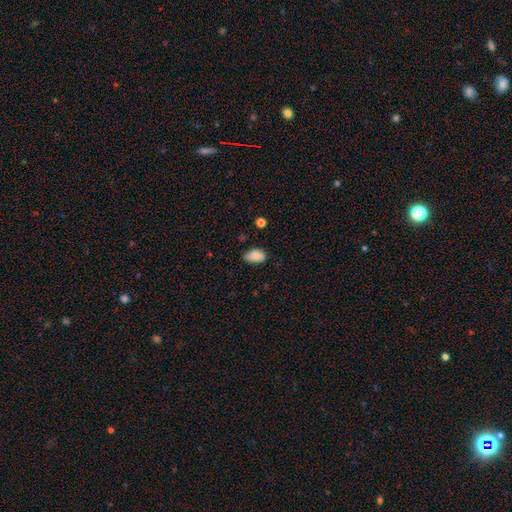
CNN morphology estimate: type=smooth (85%); roundness=in between (91%); merging=none (63%).